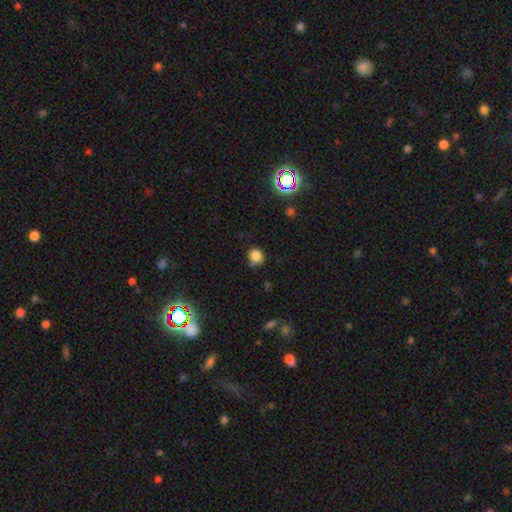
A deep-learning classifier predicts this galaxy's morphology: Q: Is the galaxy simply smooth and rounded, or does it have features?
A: smooth — 81%.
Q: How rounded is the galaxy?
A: round — 81%.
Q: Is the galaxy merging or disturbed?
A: none — 72%.